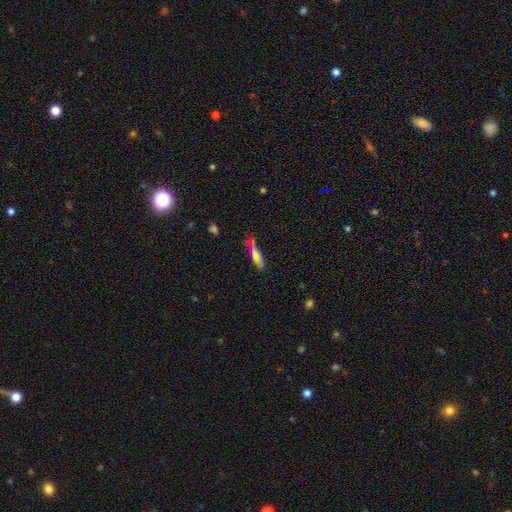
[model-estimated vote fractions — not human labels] Overall: smooth (55%; star or artifact 26%). How rounded: cigar-shaped (64%; in between 29%). Merging: none (73%).